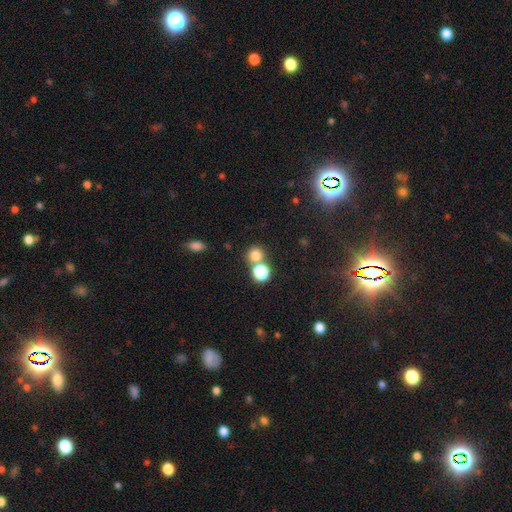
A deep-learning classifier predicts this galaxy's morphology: This appears to be a smooth galaxy with no disk features (75%) that is round (88%). Merging: none (60%).